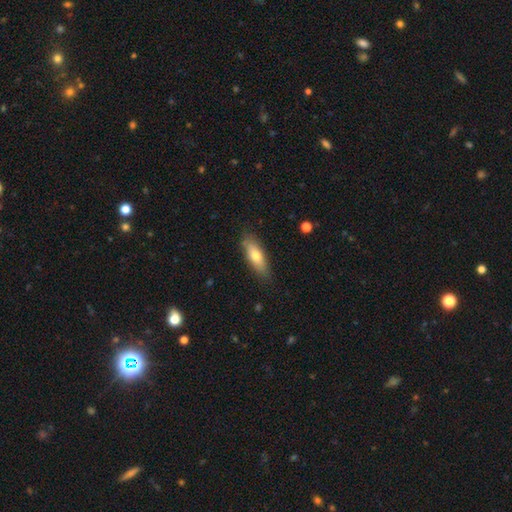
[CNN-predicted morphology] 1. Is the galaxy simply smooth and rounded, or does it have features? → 68% smooth, 25% featured or disk, 6% star or artifact.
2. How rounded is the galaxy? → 61% in between, 37% cigar-shaped, 2% round.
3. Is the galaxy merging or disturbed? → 81% none, 14% minor disturbance, 3% major disturbance, 1% merger.